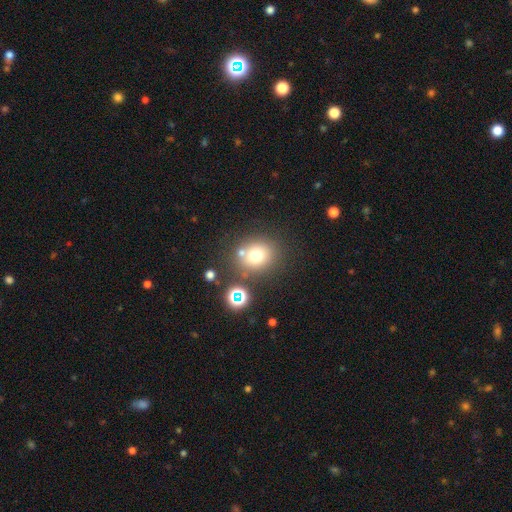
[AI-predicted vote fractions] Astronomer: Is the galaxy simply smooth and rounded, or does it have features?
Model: smooth — 71%.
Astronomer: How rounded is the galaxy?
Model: round — 77%.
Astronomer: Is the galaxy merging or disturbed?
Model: none — 71%.